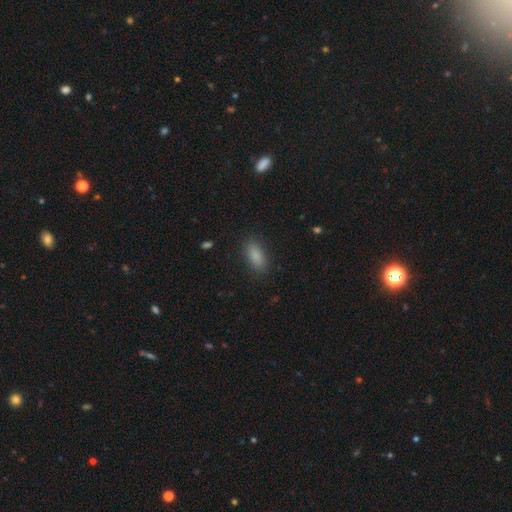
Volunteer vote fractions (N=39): This appears to be a smooth galaxy with no disk features (92%) that is in between round and cigar-shaped (89%). Merging: none (97%).